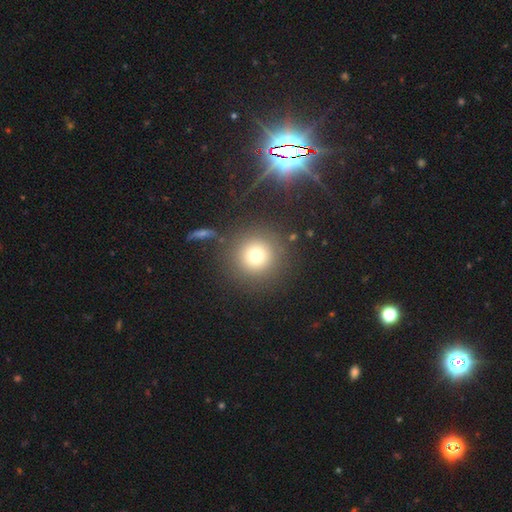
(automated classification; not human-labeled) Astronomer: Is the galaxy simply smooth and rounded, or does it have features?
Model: smooth — 74%.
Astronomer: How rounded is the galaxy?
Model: round — 95%.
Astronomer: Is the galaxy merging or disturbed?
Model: none — 85%.